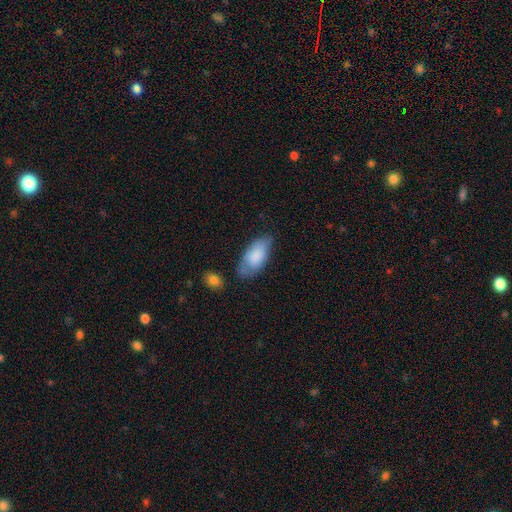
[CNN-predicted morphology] This is clearly a smooth galaxy (82%). How rounded: clearly in between (92%). Merging: possibly none (57%).